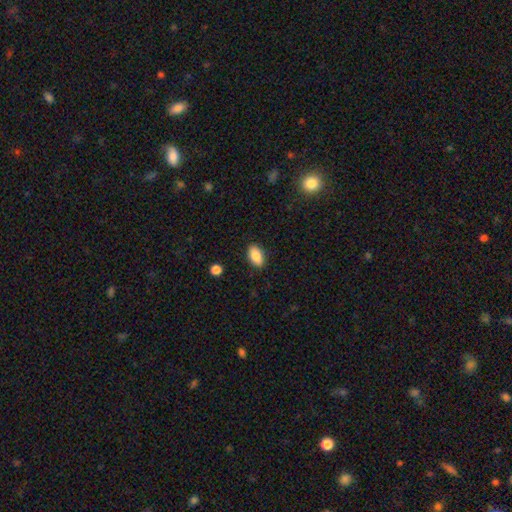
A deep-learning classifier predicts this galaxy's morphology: Smooth or featured? Predicted: smooth (p=0.84). How rounded? Predicted: in between (p=0.92). Merging? Predicted: none (p=0.89).